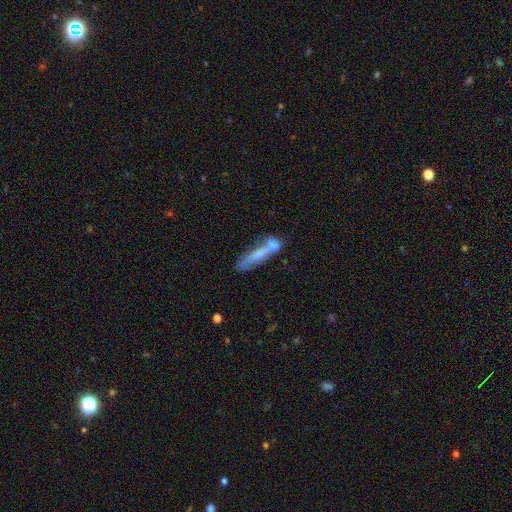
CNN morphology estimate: Smooth or featured?
  - smooth: 65% *
  - featured or disk: 28%
  - star or artifact: 7%
How rounded?
  - cigar-shaped: 72% *
  - in between: 25%
  - round: 3%
Merging?
  - merger: 46% *
  - none: 30%
  - minor disturbance: 15%
  - major disturbance: 9%